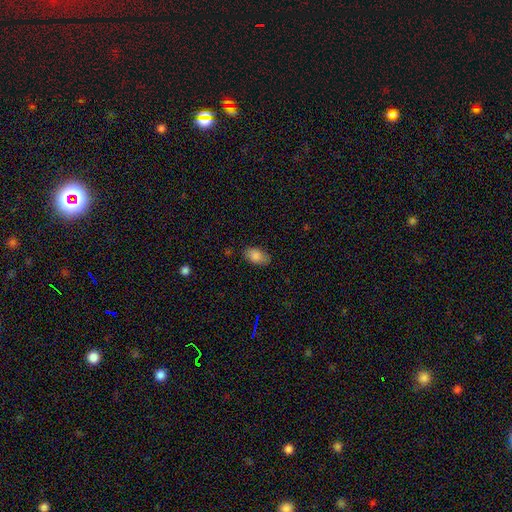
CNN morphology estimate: A smooth galaxy with no disk features (85%) that is in between round and cigar-shaped (92%).

Vote fractions:
- Smooth or featured? smooth: 85% / star or artifact: 8% / featured or disk: 7%
- How rounded? in between: 92% / round: 6% / cigar-shaped: 2%
- Merging? none: 79% / minor disturbance: 16% / major disturbance: 3% / merger: 1%